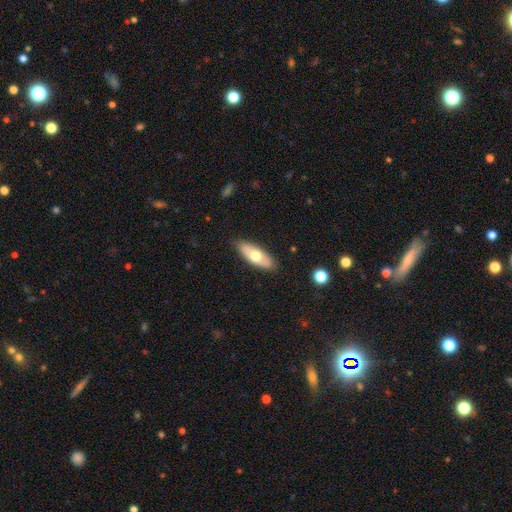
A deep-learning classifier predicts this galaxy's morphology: smooth 60%, featured or disk 34%, star or artifact 6%. Down the decision tree: how rounded — in between (76%); merging — none (85%).